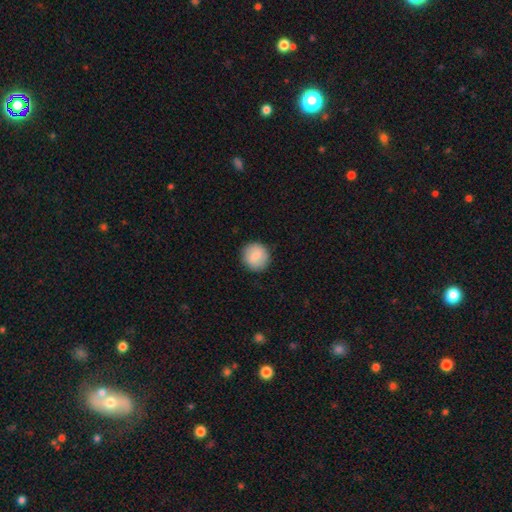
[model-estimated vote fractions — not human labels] Smooth or featured: smooth — 83% (featured or disk — 11%)
How rounded: round — 92% (in between — 7%)
Merging: none — 89% (minor disturbance — 8%)